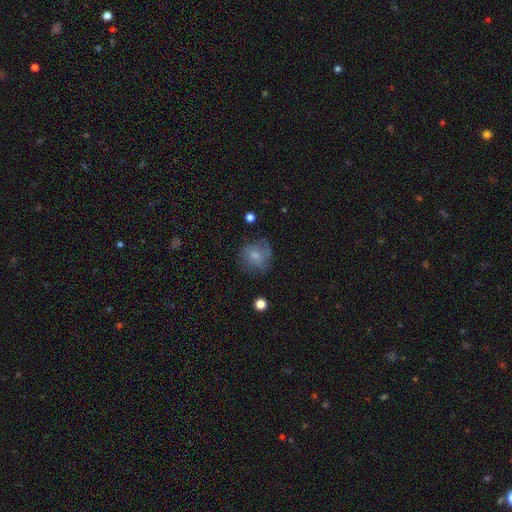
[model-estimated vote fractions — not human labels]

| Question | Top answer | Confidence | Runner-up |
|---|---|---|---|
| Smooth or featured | smooth | 66% | featured or disk (25%) |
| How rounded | round | 79% | in between (20%) |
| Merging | none | 62% | minor disturbance (24%) |